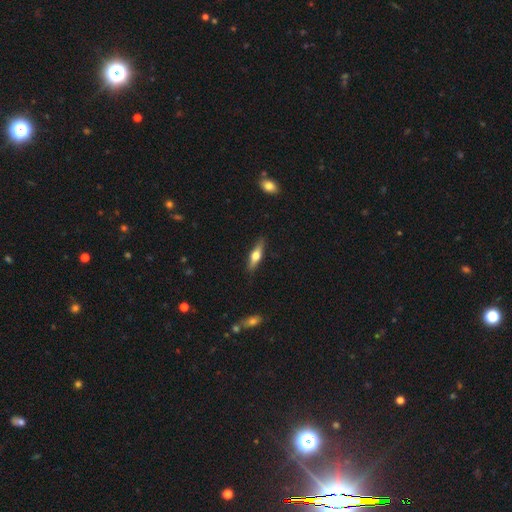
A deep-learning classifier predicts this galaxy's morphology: Smooth or featured: featured or disk — 48% (smooth — 46%)
Merging: none — 87% (minor disturbance — 9%)